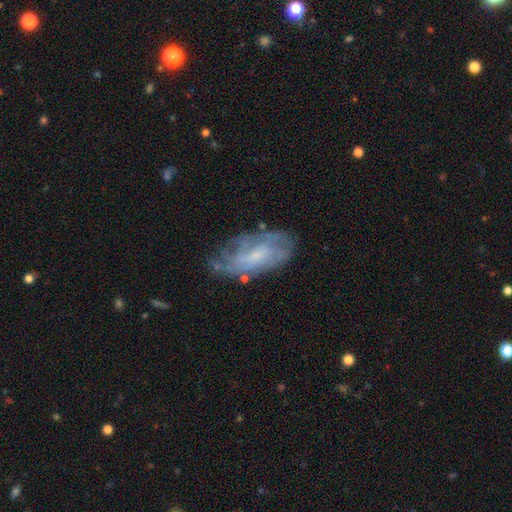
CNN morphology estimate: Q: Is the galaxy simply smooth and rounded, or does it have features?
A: featured or disk — 65%.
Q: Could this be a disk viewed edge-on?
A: no — 92%.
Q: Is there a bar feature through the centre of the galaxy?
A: no — 62%.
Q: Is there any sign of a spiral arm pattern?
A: yes — 71%.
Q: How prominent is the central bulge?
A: small — 47%.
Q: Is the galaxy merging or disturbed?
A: none — 63%.